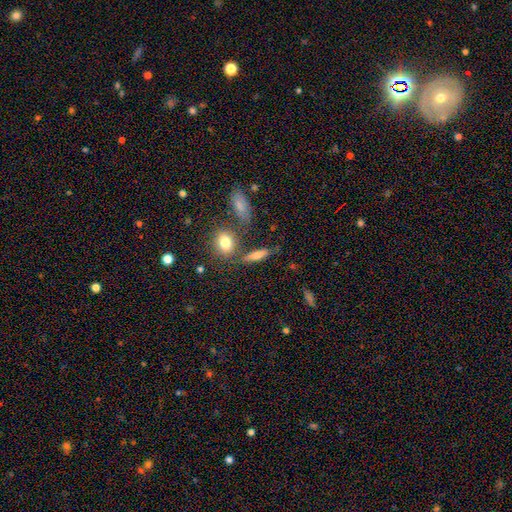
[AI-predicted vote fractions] A smooth galaxy with no disk features (70%) that is cigar-shaped (55%). Merging: none (72%).